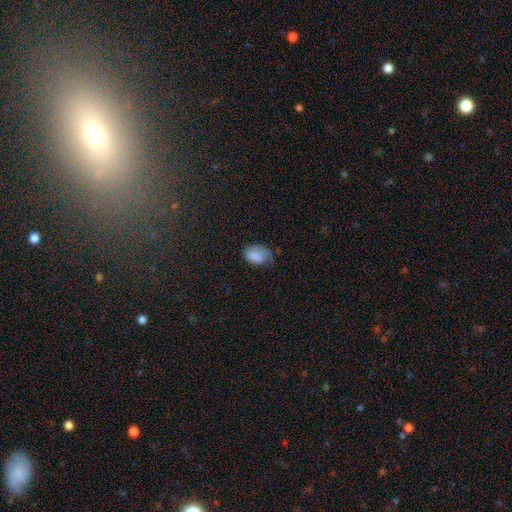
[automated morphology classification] Smooth or featured: smooth — 79% (featured or disk — 12%)
How rounded: in between — 80% (round — 19%)
Merging: none — 42% (minor disturbance — 37%)